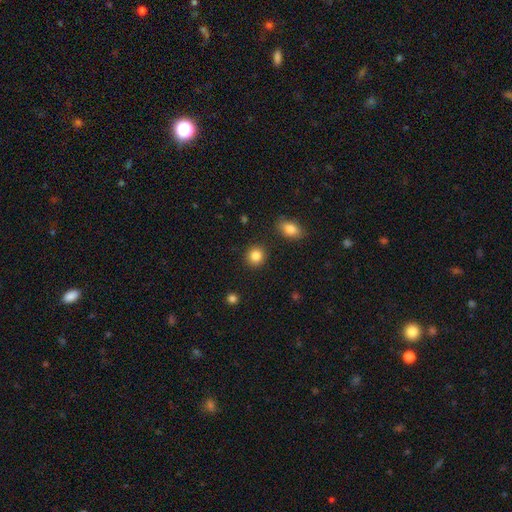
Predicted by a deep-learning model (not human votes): Smooth or featured? smooth (86%)
How rounded? round (88%)
Merging? none (90%)